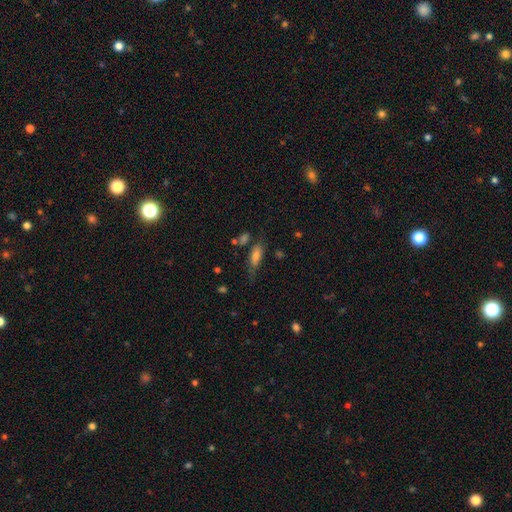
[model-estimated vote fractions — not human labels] smooth-or-featured: smooth: 69% | featured or disk: 21% | star or artifact: 10%
  how-rounded: in between: 69% | cigar-shaped: 28% | round: 3%
  merging: none: 51% | minor disturbance: 28% | major disturbance: 14% | merger: 7%